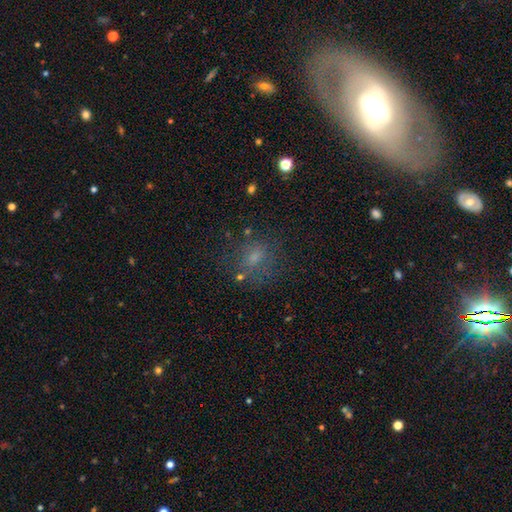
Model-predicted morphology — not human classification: This appears to be a smooth galaxy with no disk features (56%) that is round (54%). Merging: none (66%).